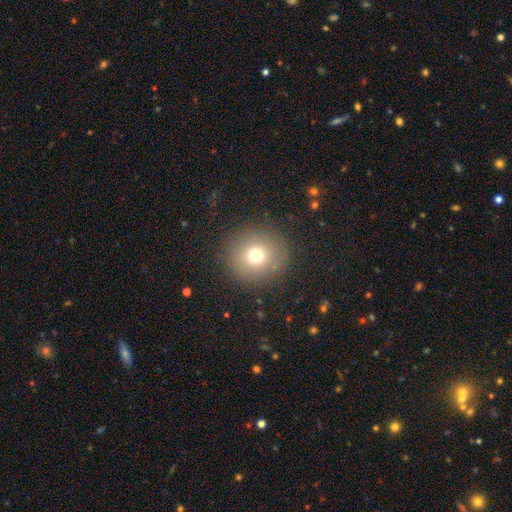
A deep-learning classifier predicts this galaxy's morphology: Q: Smooth or featured?
A: smooth (73%); runner-up: star or artifact (16%)
Q: How rounded?
A: round (93%); runner-up: in between (6%)
Q: Merging?
A: none (88%); runner-up: minor disturbance (7%)